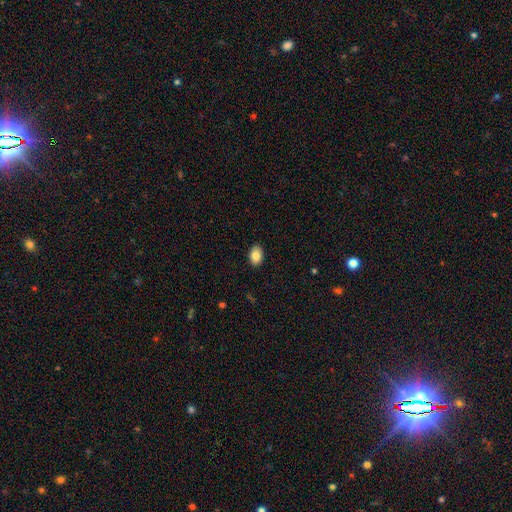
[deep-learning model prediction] The model was most divided on "how rounded": in between: 83%, round: 16%, cigar-shaped: 1%. More confident: merging — none (90%); smooth or featured — smooth (85%).